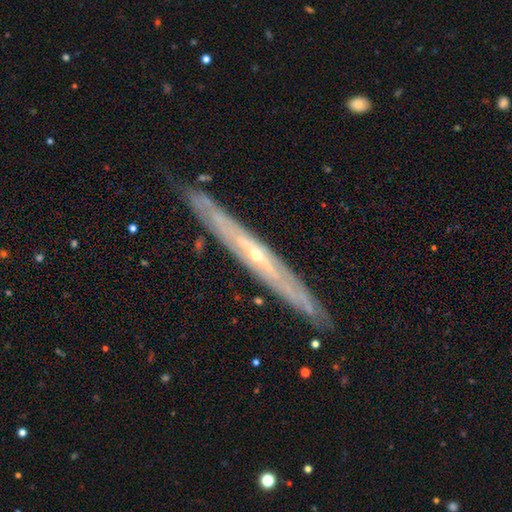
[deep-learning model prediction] Morphology: type=featured or disk (82%); edge-on=yes (72%); edge-on bulge=rounded (59%); merging=none (85%).